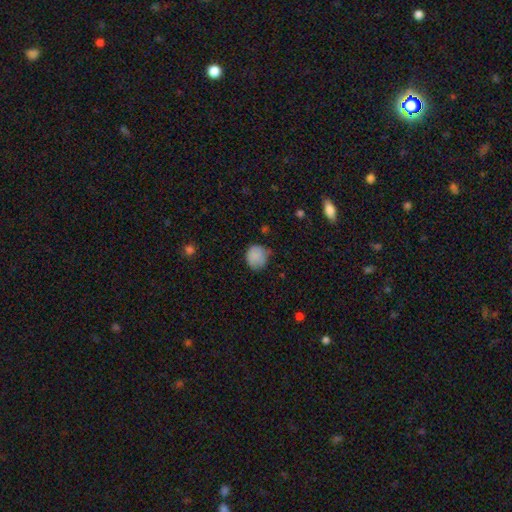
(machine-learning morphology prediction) Q: Smooth or featured?
A: smooth (86%); runner-up: star or artifact (9%)
Q: How rounded?
A: round (85%); runner-up: in between (14%)
Q: Merging?
A: none (66%); runner-up: minor disturbance (27%)